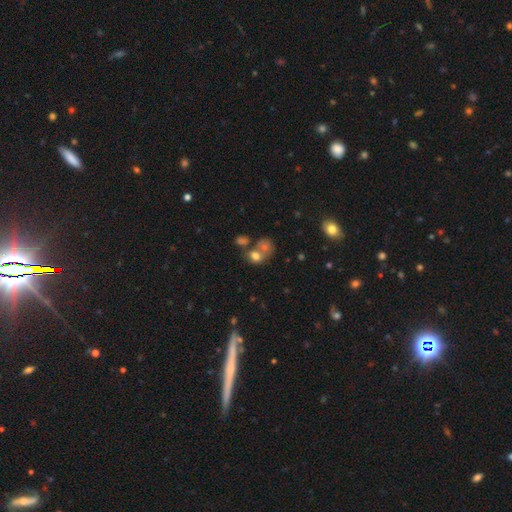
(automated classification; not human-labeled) This appears to be a smooth galaxy with no disk features (70%) that is round (54%). Merging: merger (52%).